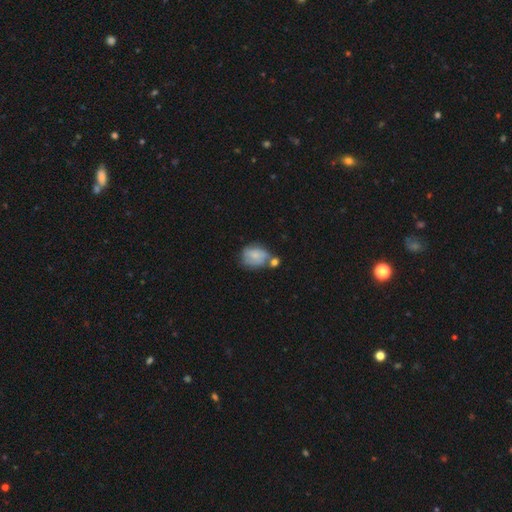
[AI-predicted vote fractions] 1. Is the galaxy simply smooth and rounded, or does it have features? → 60% smooth, 32% featured or disk, 8% star or artifact.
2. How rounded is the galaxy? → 55% in between, 44% round, 1% cigar-shaped.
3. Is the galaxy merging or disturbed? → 39% none, 29% merger, 23% minor disturbance, 9% major disturbance.